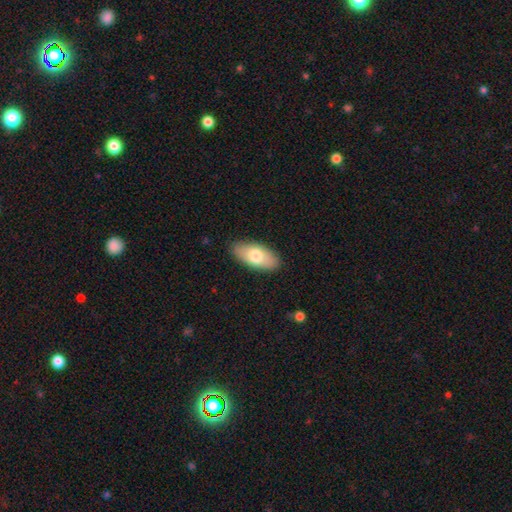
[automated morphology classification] Smooth or featured?
  - smooth: 75% *
  - featured or disk: 19%
  - star or artifact: 6%
How rounded?
  - in between: 90% *
  - cigar-shaped: 7%
  - round: 3%
Merging?
  - none: 88% *
  - minor disturbance: 9%
  - major disturbance: 2%
  - merger: 1%